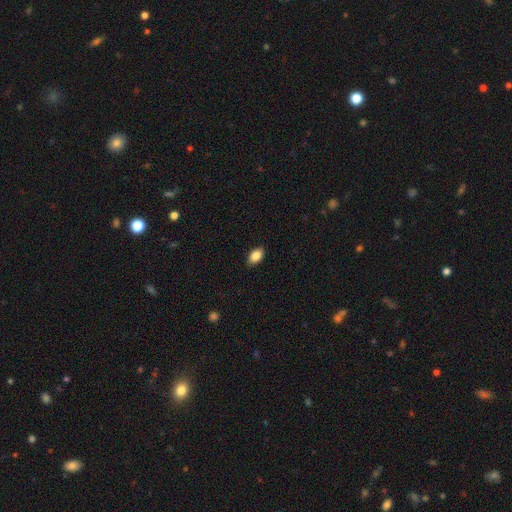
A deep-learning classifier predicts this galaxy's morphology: smooth 87%, star or artifact 8%, featured or disk 5%. Down the decision tree: how rounded — in between (90%); merging — none (88%).